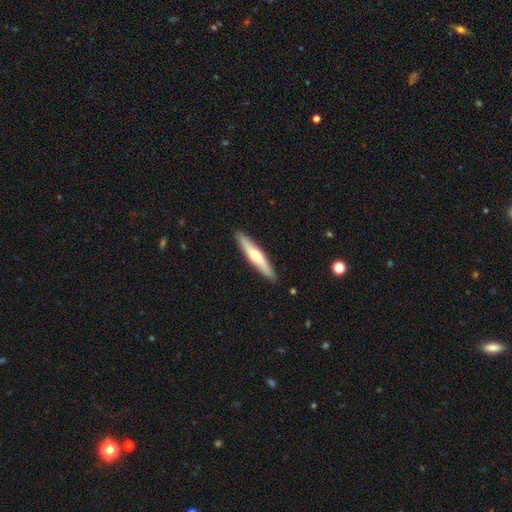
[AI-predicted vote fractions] smooth_or_featured: smooth (p=0.50) [alt: featured or disk p=0.45]
merging: none (p=0.90) [alt: minor disturbance p=0.07]